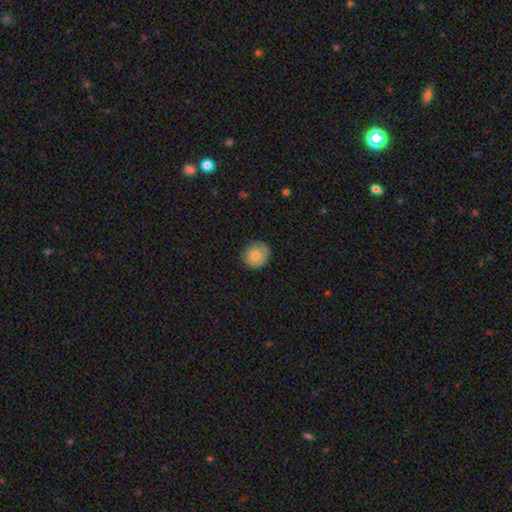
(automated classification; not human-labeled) smooth_or_featured: smooth (p=0.77) [alt: featured or disk p=0.15]
how_rounded: round (p=0.91) [alt: in between p=0.08]
merging: none (p=0.80) [alt: minor disturbance p=0.16]